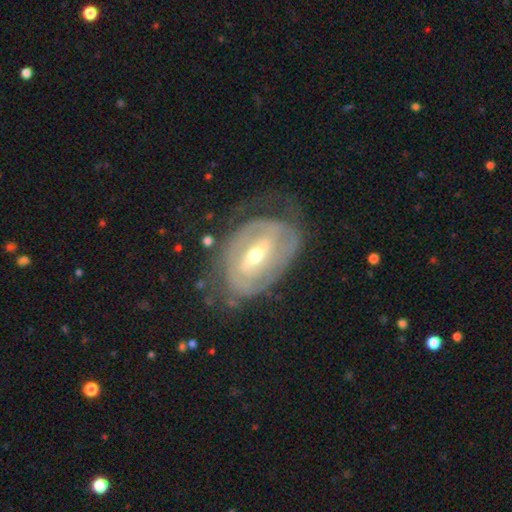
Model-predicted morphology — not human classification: This is clearly a featured or disk galaxy (83%). It is clearly not viewed edge-on (95%). Bar: marginally strong (43%). Spiral arm pattern: likely yes (80%). Spiral arm count: marginally 2 (42%). Spiral winding: likely tight (65%). Central bulge: possibly moderate (55%). Merging: likely none (61%).